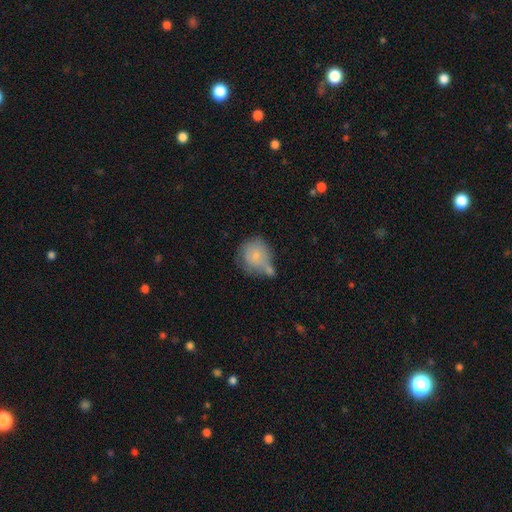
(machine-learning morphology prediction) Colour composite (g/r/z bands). It shows a smooth galaxy with no disk features (71%) that is round (77%). Merging: none (34%).